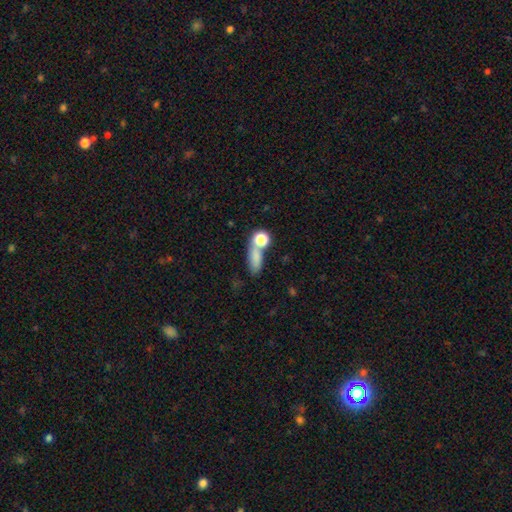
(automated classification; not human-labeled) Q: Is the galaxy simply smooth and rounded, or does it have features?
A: smooth — 75%.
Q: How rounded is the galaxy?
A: in between — 53%.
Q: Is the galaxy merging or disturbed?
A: none — 49%.